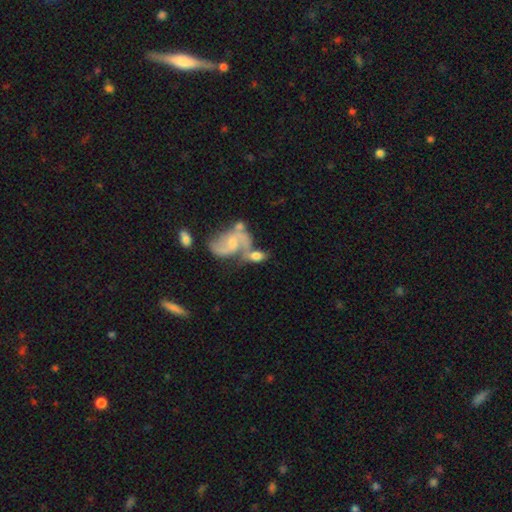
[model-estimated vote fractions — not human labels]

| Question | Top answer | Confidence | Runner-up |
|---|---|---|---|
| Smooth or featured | featured or disk | 58% | smooth (34%) |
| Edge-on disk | no | 94% | yes (6%) |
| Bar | no | 53% | weak (38%) |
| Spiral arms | yes | 81% | no (19%) |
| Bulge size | small | 54% | moderate (27%) |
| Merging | merger | 52% | none (25%) |